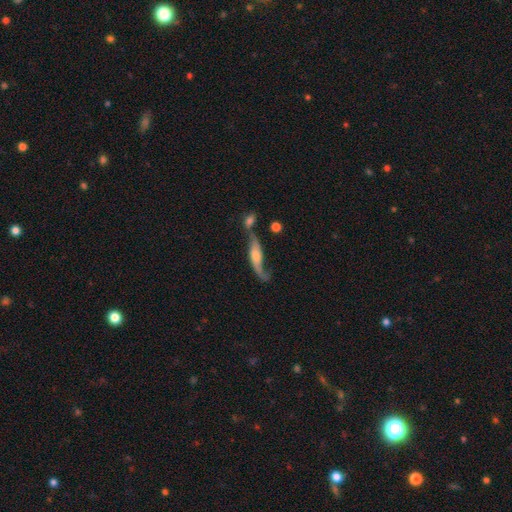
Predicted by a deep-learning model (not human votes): This is likely a featured or disk galaxy (72%). It is likely not viewed edge-on (63%). Merging: marginally none (38%).